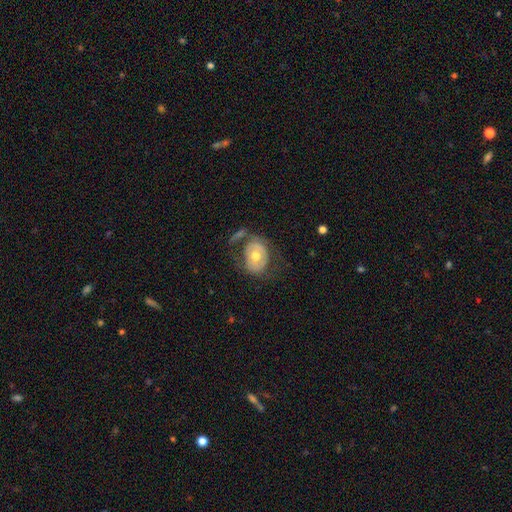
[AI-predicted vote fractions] smooth_or_featured: featured or disk (p=0.50) [alt: smooth p=0.44]
merging: none (p=0.53) [alt: minor disturbance p=0.19]